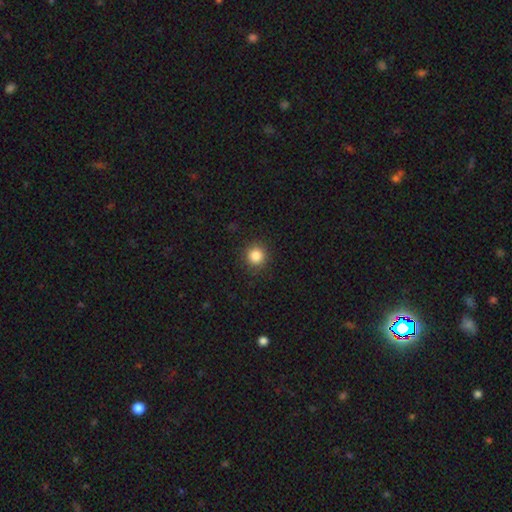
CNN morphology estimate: A smooth galaxy with no disk features (85%) that is round (93%).

Vote fractions:
- Smooth or featured? smooth: 85% / star or artifact: 11% / featured or disk: 4%
- How rounded? round: 93% / in between: 6% / cigar-shaped: 1%
- Merging? none: 91% / minor disturbance: 6% / major disturbance: 2% / merger: 1%